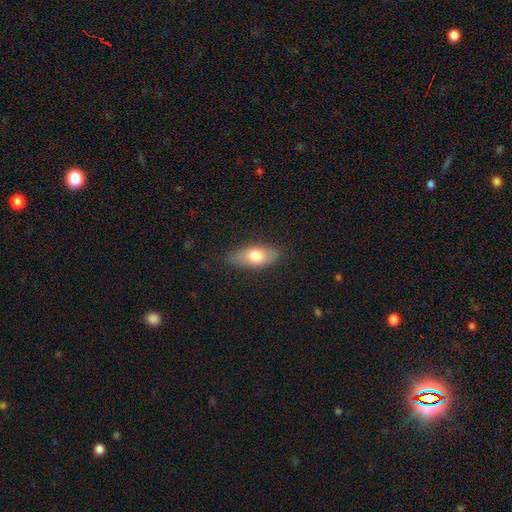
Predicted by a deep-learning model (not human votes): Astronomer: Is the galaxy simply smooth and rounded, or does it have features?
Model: smooth — 71%.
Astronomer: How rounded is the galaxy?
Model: in between — 82%.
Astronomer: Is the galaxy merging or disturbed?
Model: none — 76%.